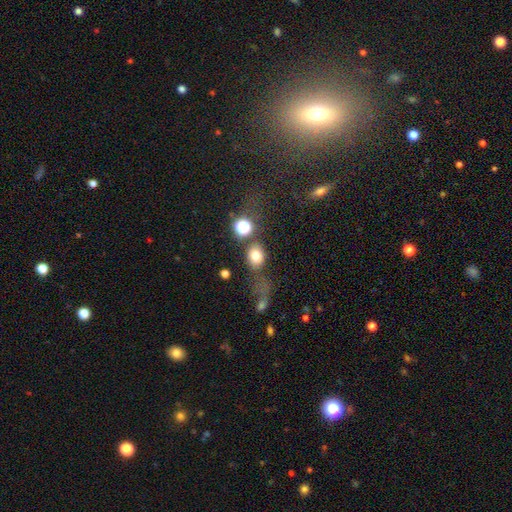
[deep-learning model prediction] Smooth or featured: smooth — 75% (star or artifact — 14%)
How rounded: in between — 52% (round — 46%)
Merging: none — 54% (merger — 16%)